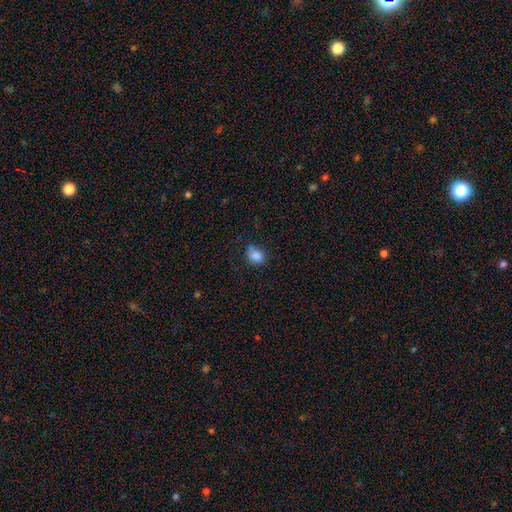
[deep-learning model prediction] Overall: smooth (85%). How rounded: in between (55%; round 44%). Merging: none (67%).